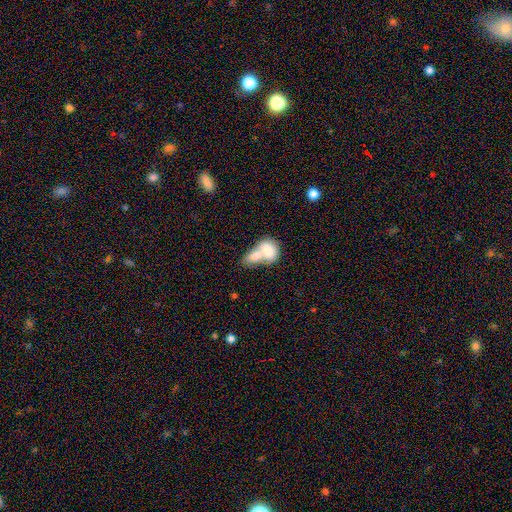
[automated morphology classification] smooth-or-featured: smooth: 75% | featured or disk: 19% | star or artifact: 6%
  how-rounded: in between: 83% | round: 14% | cigar-shaped: 3%
  merging: merger: 78% | none: 12% | minor disturbance: 5% | major disturbance: 4%